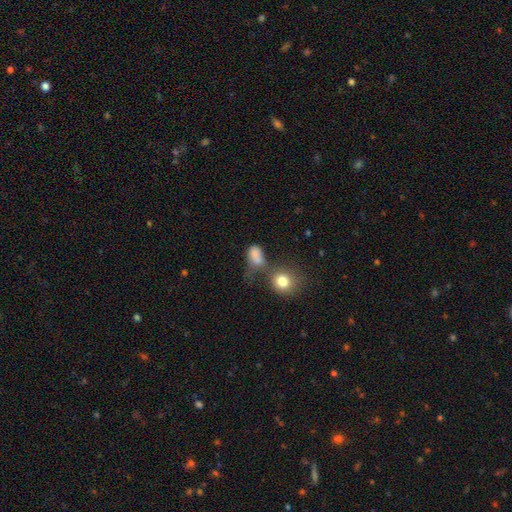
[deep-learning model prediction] A smooth galaxy with no disk features (76%) that is in between round and cigar-shaped (63%). Merging: merger (38%).